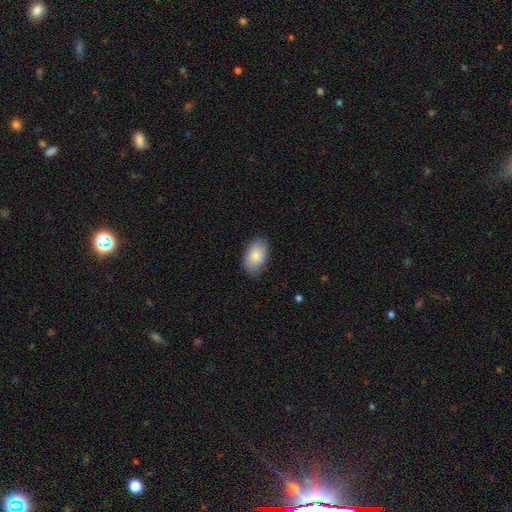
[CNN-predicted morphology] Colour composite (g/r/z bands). It shows a smooth galaxy with no disk features (82%) that is in between round and cigar-shaped (91%). Merging: none (81%).